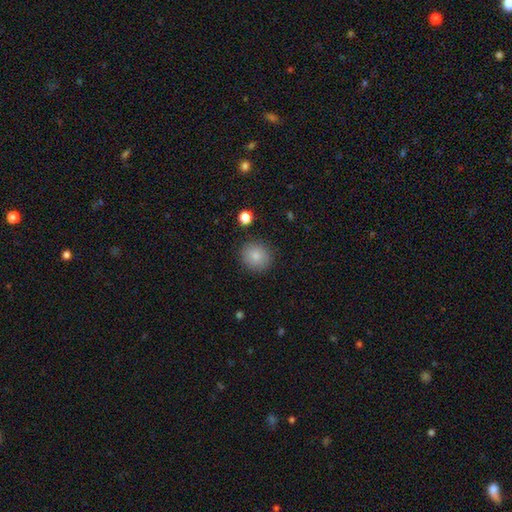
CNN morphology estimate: This is clearly a smooth galaxy (84%). How rounded: clearly round (86%). Merging: clearly none (88%).